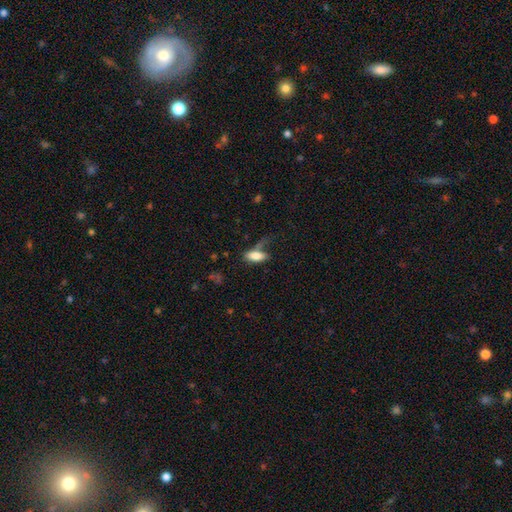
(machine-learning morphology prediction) Q: Smooth or featured?
A: smooth (77%); runner-up: featured or disk (15%)
Q: How rounded?
A: in between (78%); runner-up: cigar-shaped (18%)
Q: Merging?
A: none (44%); runner-up: minor disturbance (24%)